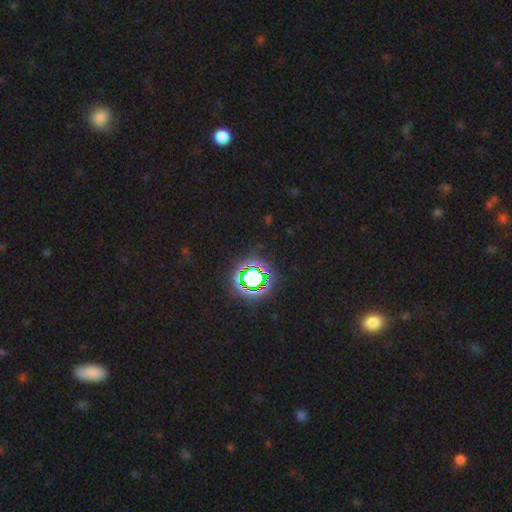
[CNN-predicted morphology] This is likely a star or artifact rather than a galaxy (79%).